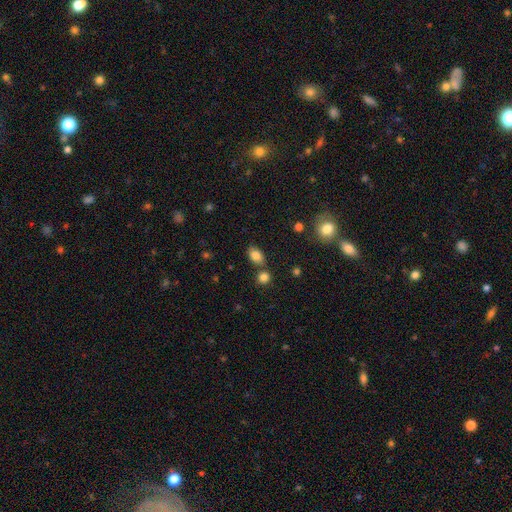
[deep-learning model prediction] This appears to be a smooth galaxy with no disk features (83%) that is in between round and cigar-shaped (85%). Merging: none (70%).